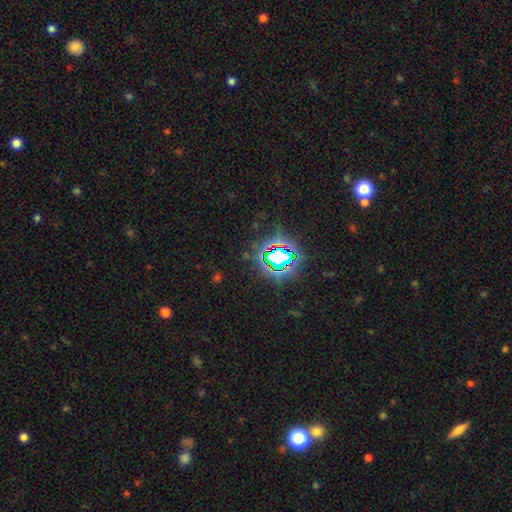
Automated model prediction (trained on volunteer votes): Overall: star or artifact (80%).